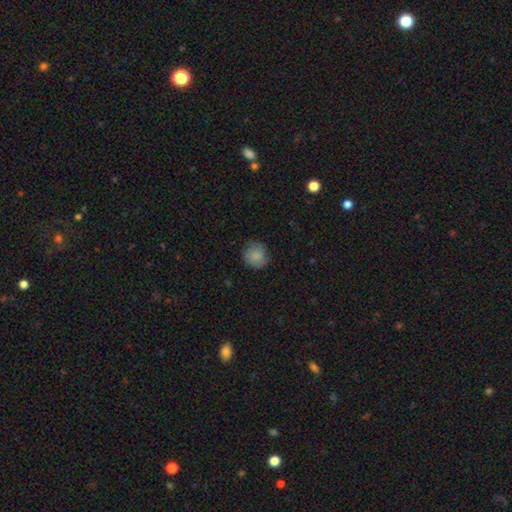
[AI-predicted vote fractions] smooth-or-featured: smooth: 86% | star or artifact: 8% | featured or disk: 6%
  how-rounded: round: 88% | in between: 11% | cigar-shaped: 1%
  merging: none: 82% | minor disturbance: 14% | major disturbance: 3% | merger: 1%